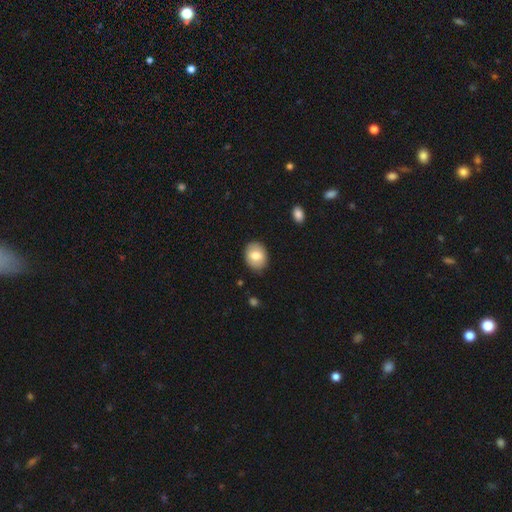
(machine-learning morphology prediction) Smooth or featured: smooth — 75% (featured or disk — 18%)
How rounded: in between — 57% (round — 43%)
Merging: none — 87% (minor disturbance — 10%)